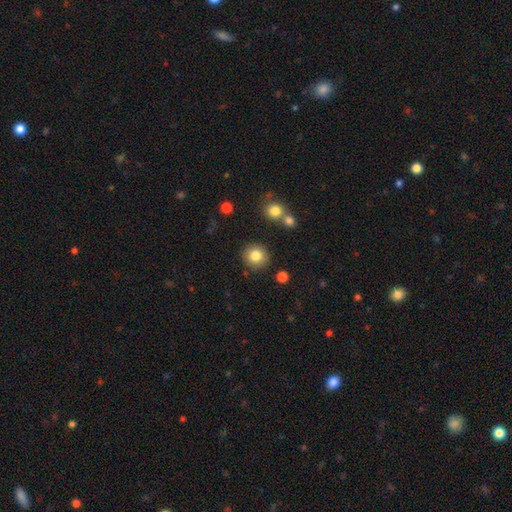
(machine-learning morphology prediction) Q: Smooth or featured?
A: smooth (82%); runner-up: star or artifact (10%)
Q: How rounded?
A: round (92%); runner-up: in between (7%)
Q: Merging?
A: none (87%); runner-up: minor disturbance (7%)